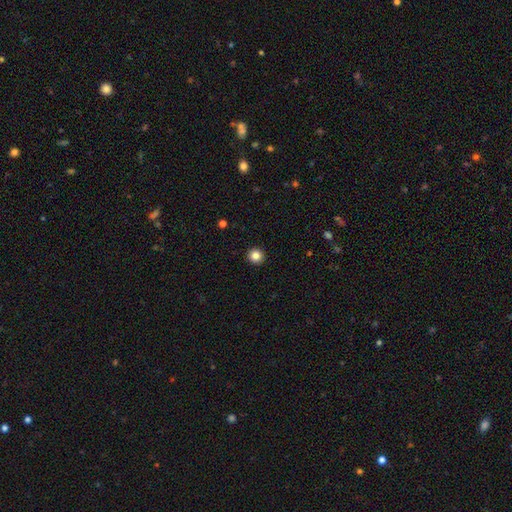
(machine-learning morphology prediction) smooth_or_featured: smooth (p=0.84) [alt: star or artifact p=0.11]
how_rounded: round (p=0.95) [alt: in between p=0.04]
merging: none (p=0.93) [alt: minor disturbance p=0.04]